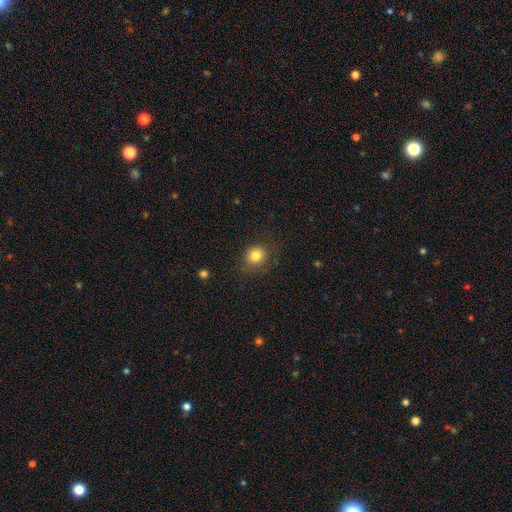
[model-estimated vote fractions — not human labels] This appears to be a smooth galaxy with no disk features (81%) that is round (78%). Merging: none (80%).